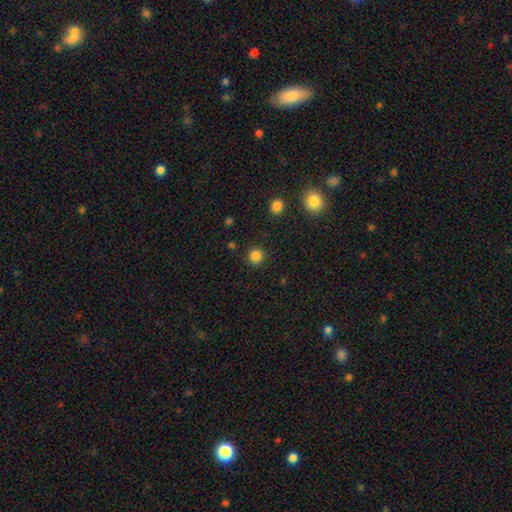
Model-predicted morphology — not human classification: Smooth or featured? smooth (84%)
How rounded? round (94%)
Merging? none (90%)